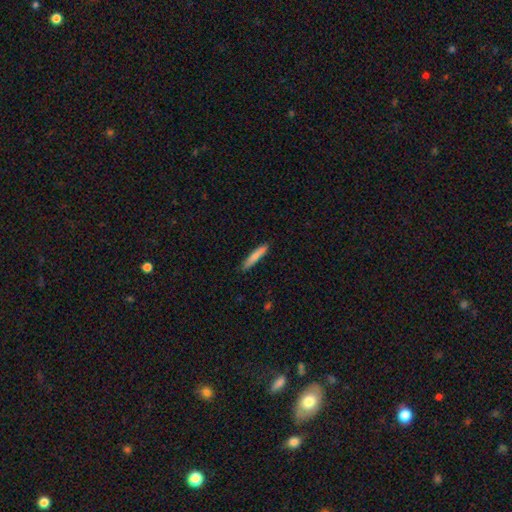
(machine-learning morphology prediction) type=smooth (79%); roundness=cigar-shaped (93%); merging=none (86%).